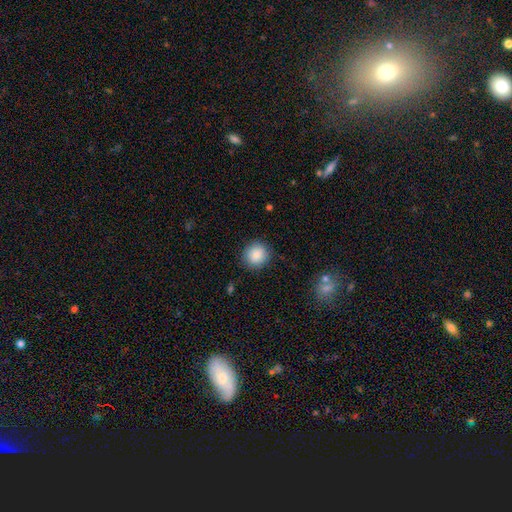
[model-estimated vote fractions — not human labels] Overall: smooth (87%). How rounded: round (88%). Merging: none (88%).